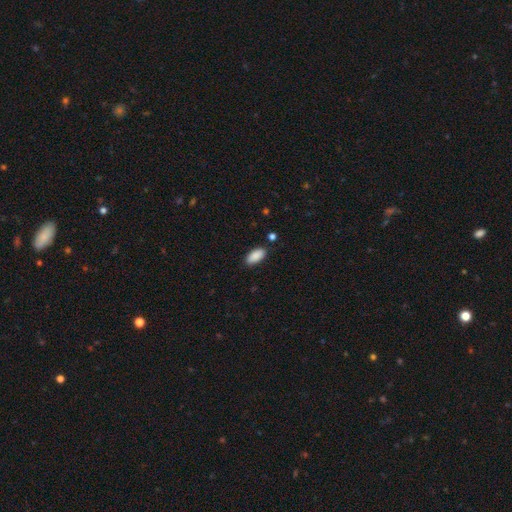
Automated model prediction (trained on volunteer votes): Smooth or featured?
  - smooth: 90% *
  - star or artifact: 7%
  - featured or disk: 4%
How rounded?
  - in between: 92% *
  - cigar-shaped: 6%
  - round: 2%
Merging?
  - none: 85% *
  - minor disturbance: 10%
  - major disturbance: 2%
  - merger: 2%